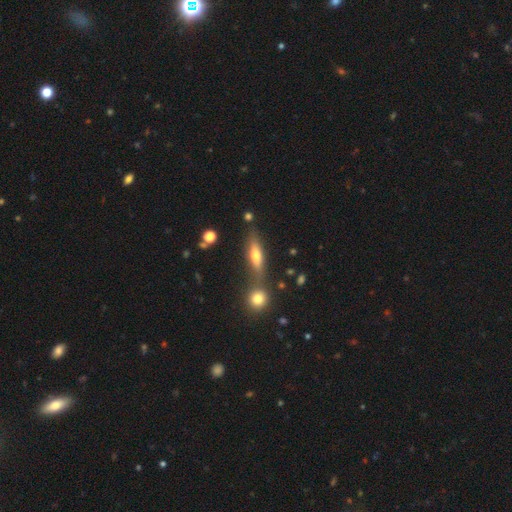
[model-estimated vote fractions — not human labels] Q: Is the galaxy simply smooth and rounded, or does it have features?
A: smooth — 54%.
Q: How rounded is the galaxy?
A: cigar-shaped — 58%.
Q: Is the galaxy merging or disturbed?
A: none — 68%.